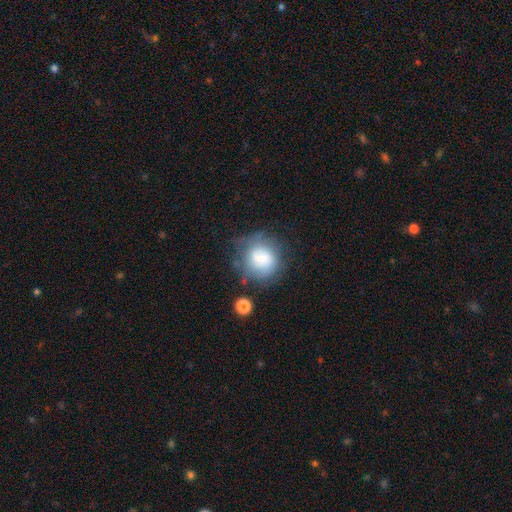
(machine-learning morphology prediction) Overall: smooth (68%). How rounded: round (80%). Merging: none (57%; minor disturbance 24%).